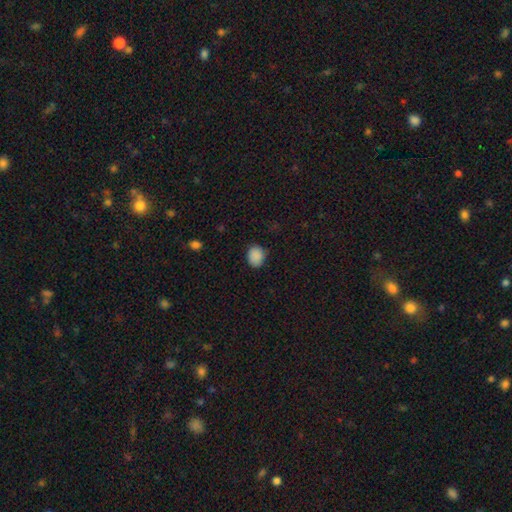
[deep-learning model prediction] This appears to be a smooth galaxy with no disk features (88%) that is round (56%). Merging: none (82%).